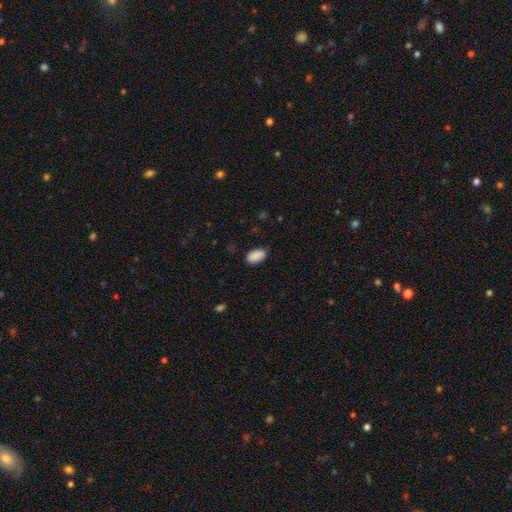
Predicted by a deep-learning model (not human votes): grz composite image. It shows a smooth galaxy with no disk features (90%) that is in between round and cigar-shaped (92%). Merging: none (81%).